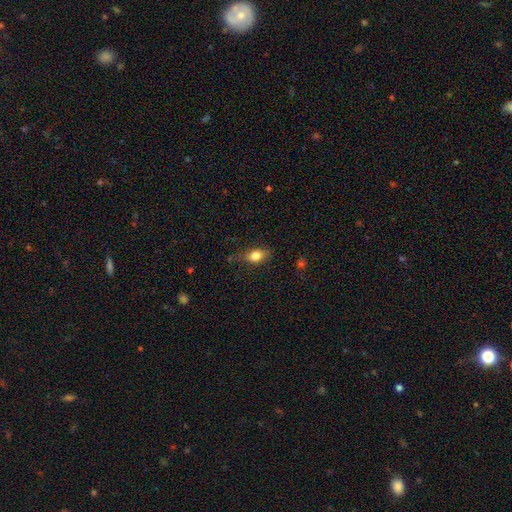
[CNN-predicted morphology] A smooth galaxy with no disk features (82%) that is in between round and cigar-shaped (81%). Merging: none (73%).